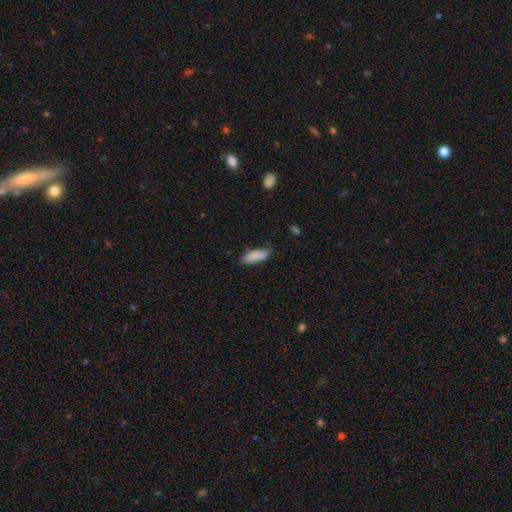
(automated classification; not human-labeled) Morphology: type=smooth (85%); roundness=in between (68%); merging=none (62%).